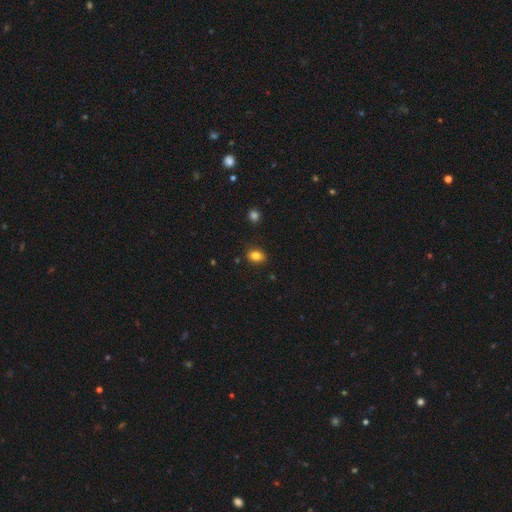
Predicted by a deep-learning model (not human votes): Smooth or featured? smooth (83%)
How rounded? in between (68%)
Merging? none (85%)